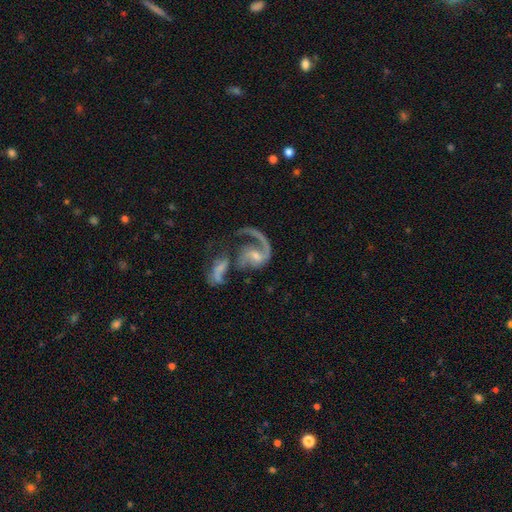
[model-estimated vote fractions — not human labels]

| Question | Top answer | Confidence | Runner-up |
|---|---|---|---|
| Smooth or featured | featured or disk | 85% | smooth (8%) |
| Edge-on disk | no | 97% | yes (3%) |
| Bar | no | 48% | weak (38%) |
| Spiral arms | yes | 92% | no (8%) |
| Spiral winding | loose | 46% | medium (39%) |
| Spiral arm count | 1 | 52% | 2 (40%) |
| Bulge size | small | 49% | moderate (37%) |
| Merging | merger | 40% | major disturbance (27%) |